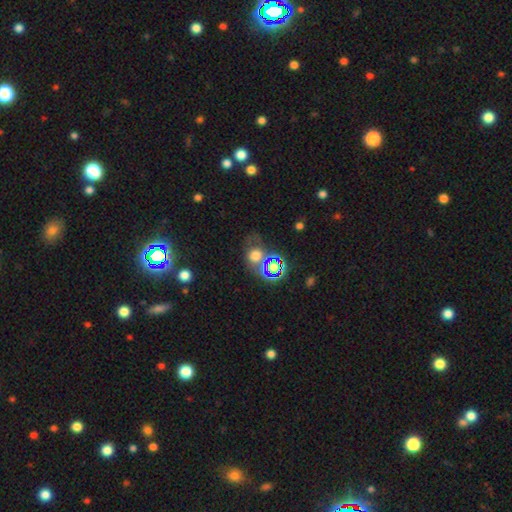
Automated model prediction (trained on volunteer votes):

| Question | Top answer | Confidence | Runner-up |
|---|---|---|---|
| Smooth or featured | smooth | 51% | star or artifact (34%) |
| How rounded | round | 66% | in between (33%) |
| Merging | none | 48% | merger (24%) |